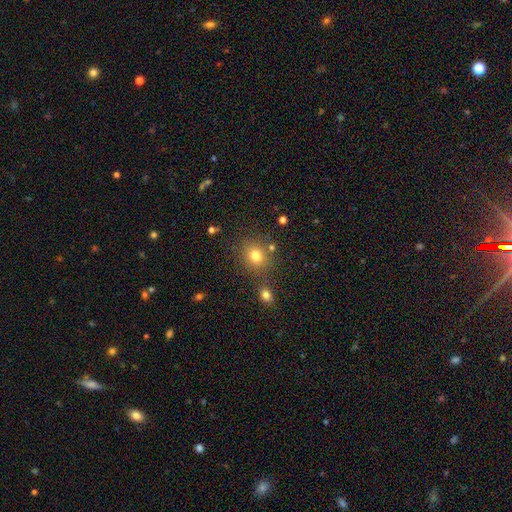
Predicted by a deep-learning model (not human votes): Smooth or featured? smooth (77%)
How rounded? round (78%)
Merging? none (76%)